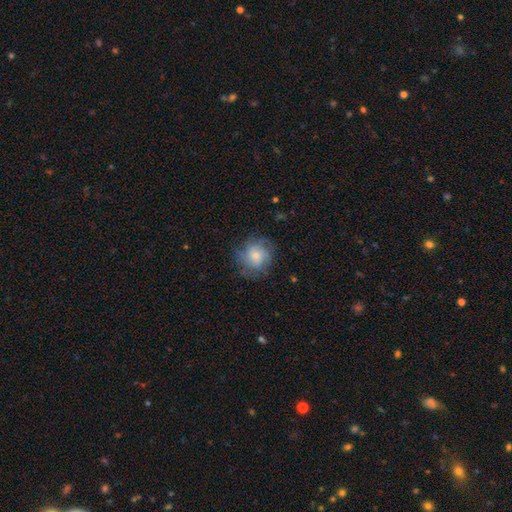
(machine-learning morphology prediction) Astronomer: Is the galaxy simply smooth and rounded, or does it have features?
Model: smooth — 50% (runner-up: featured or disk, 40%).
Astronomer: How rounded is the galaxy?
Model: round — 87%.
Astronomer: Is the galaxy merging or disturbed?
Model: none — 74%.